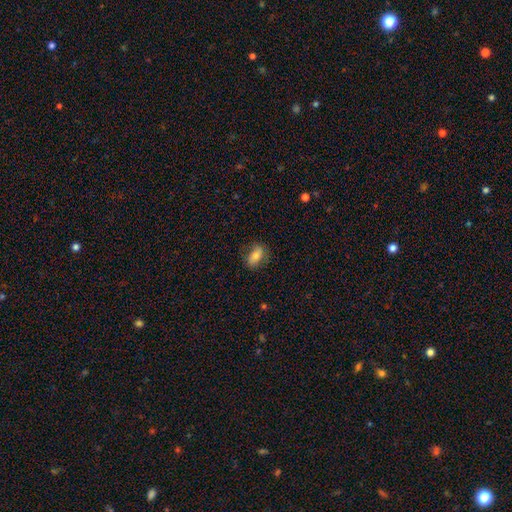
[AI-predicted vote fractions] smooth 73%, featured or disk 19%, star or artifact 8%. Down the decision tree: how rounded — in between (88%); merging — none (75%).